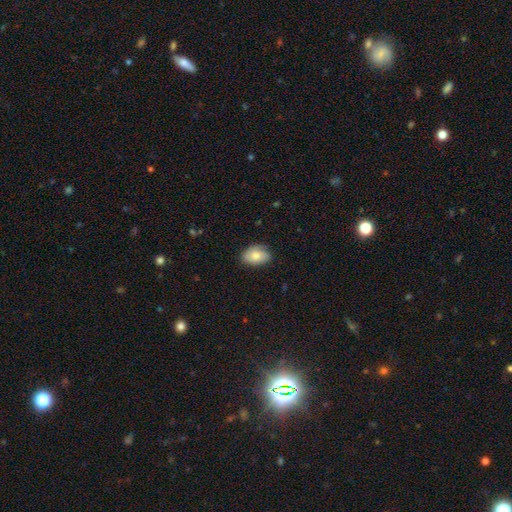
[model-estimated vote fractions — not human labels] smooth 72%, featured or disk 21%, star or artifact 7%. Down the decision tree: how rounded — in between (86%); merging — none (71%).